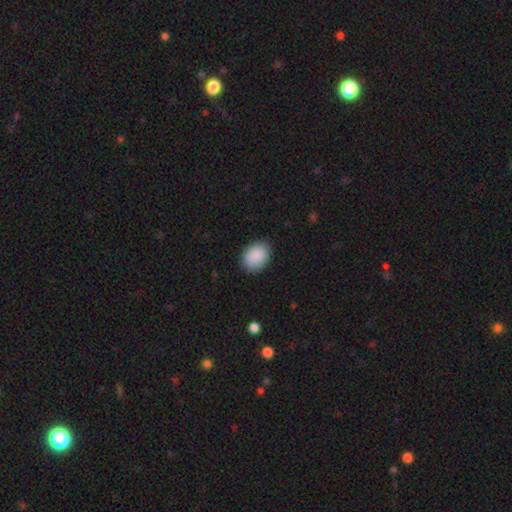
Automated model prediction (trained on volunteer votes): smooth_or_featured: smooth (p=0.90) [alt: star or artifact p=0.07]
how_rounded: in between (p=0.67) [alt: round p=0.32]
merging: none (p=0.85) [alt: minor disturbance p=0.11]